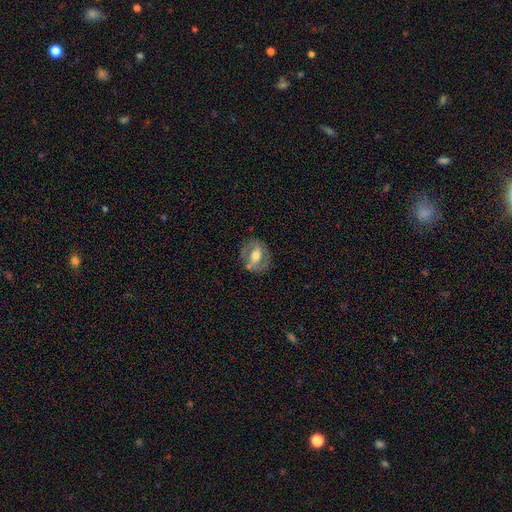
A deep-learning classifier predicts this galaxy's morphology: This appears to be a featured or disk galaxy (61%) with a weak bar (38%), spiral arms (57%) and a moderate central bulge (72%). Merging: none (74%).